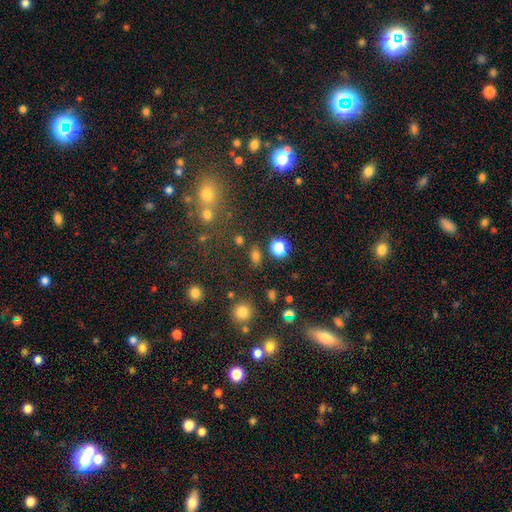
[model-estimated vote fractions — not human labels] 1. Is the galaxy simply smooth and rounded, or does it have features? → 74% smooth, 19% star or artifact, 6% featured or disk.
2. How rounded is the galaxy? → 60% in between, 37% round, 3% cigar-shaped.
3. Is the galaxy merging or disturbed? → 81% none, 10% minor disturbance, 5% merger, 4% major disturbance.